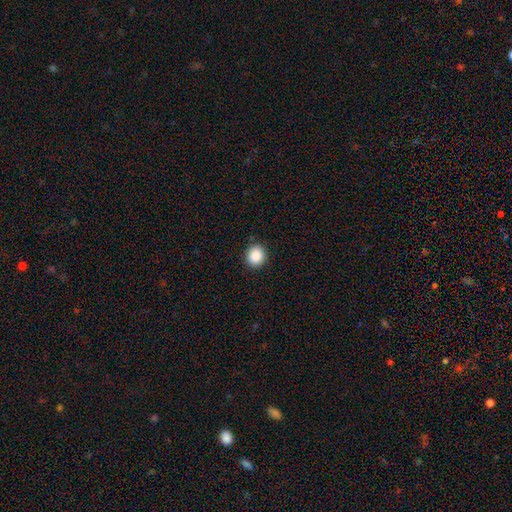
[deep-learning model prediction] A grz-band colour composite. It shows a smooth galaxy with no disk features (88%) that is round (83%). Merging: none (90%).